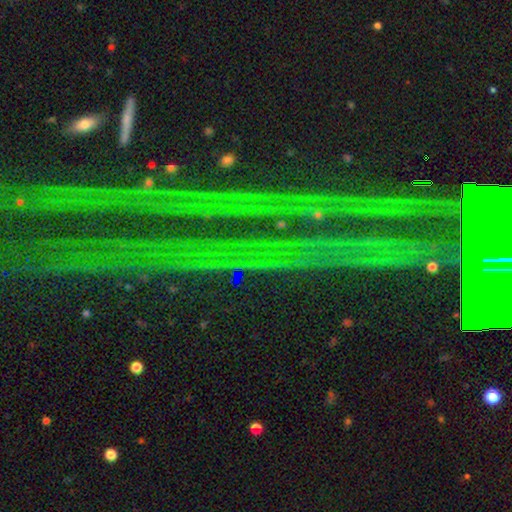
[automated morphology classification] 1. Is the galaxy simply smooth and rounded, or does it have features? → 79% star or artifact, 13% featured or disk, 8% smooth.